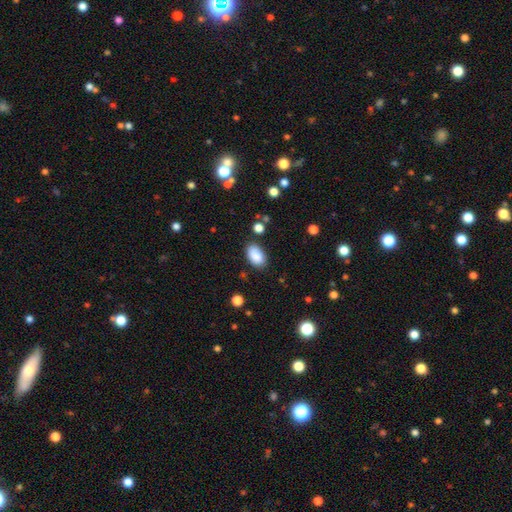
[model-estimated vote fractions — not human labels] smooth_or_featured: smooth (p=0.87) [alt: star or artifact p=0.08]
how_rounded: in between (p=0.92) [alt: round p=0.07]
merging: none (p=0.78) [alt: minor disturbance p=0.15]